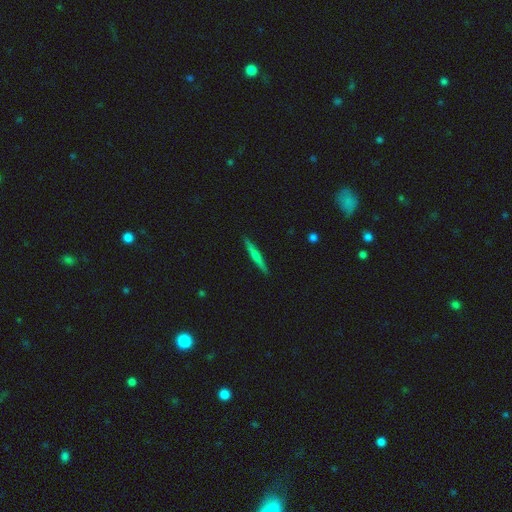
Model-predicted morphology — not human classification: Smooth or featured: smooth — 57% (featured or disk — 37%)
How rounded: cigar-shaped — 95% (in between — 3%)
Merging: none — 91% (minor disturbance — 7%)